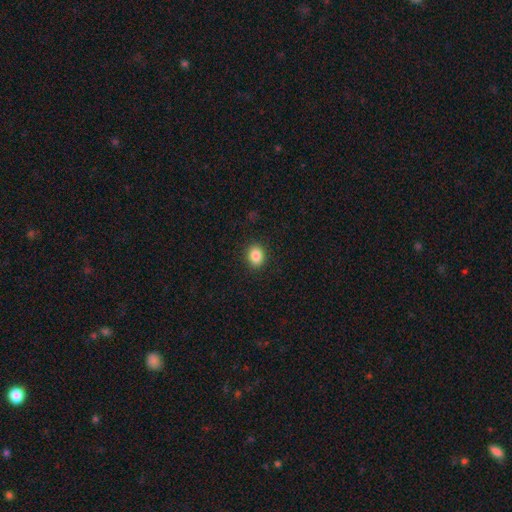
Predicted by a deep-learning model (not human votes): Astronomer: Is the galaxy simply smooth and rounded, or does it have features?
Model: smooth — 86%.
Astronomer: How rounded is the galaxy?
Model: round — 54% (runner-up: in between, 45%).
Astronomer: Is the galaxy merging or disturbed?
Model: none — 90%.